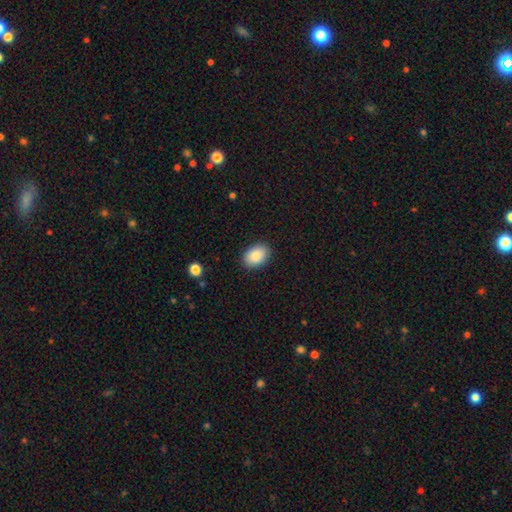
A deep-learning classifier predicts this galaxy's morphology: type=smooth (88%); roundness=in between (85%); merging=none (88%).